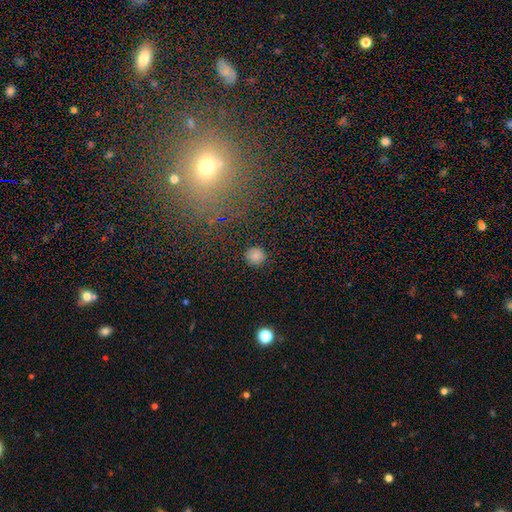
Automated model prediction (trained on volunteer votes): A smooth galaxy with no disk features (79%) that is round (91%). Merging: none (87%).